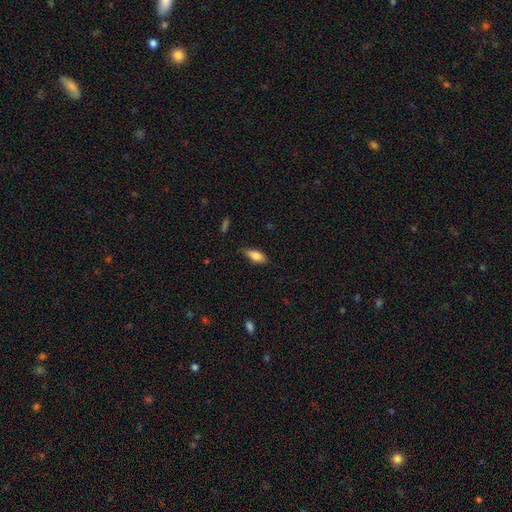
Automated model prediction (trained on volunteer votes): This appears to be a smooth galaxy with no disk features (82%) that is in between round and cigar-shaped (77%). Merging: none (78%).